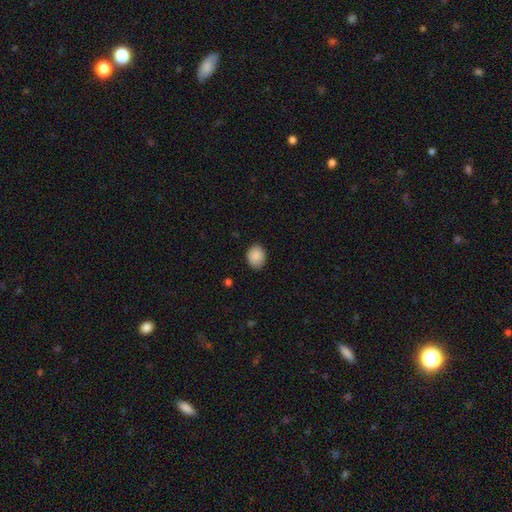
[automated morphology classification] A smooth galaxy with no disk features (89%) that is in between round and cigar-shaped (56%). Merging: none (83%).